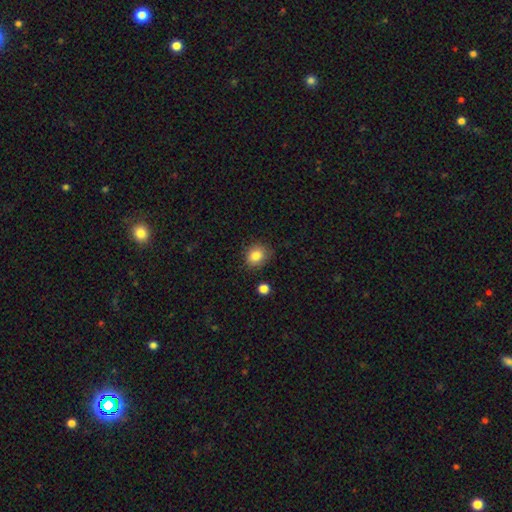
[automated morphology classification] This is clearly a smooth galaxy (84%). How rounded: likely round (64%). Merging: clearly none (82%).